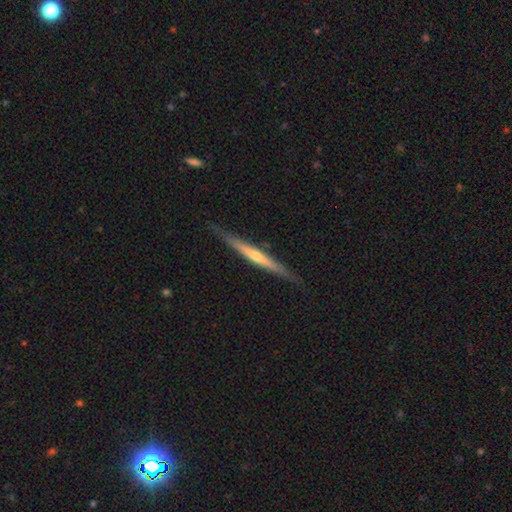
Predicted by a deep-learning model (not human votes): smooth-or-featured: featured or disk: 75% | smooth: 20% | star or artifact: 6%
  disk-edge-on: yes: 98% | no: 2%
    edge-on-bulge: rounded: 66% | none: 28% | boxy: 6%
  merging: none: 88% | minor disturbance: 9% | major disturbance: 1% | merger: 1%